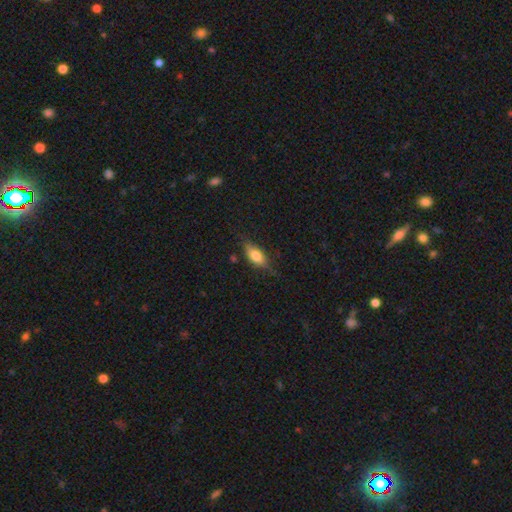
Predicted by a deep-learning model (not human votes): Smooth or featured?
  - smooth: 72% *
  - featured or disk: 20%
  - star or artifact: 8%
How rounded?
  - in between: 78% *
  - cigar-shaped: 17%
  - round: 4%
Merging?
  - none: 71% *
  - minor disturbance: 22%
  - major disturbance: 5%
  - merger: 2%